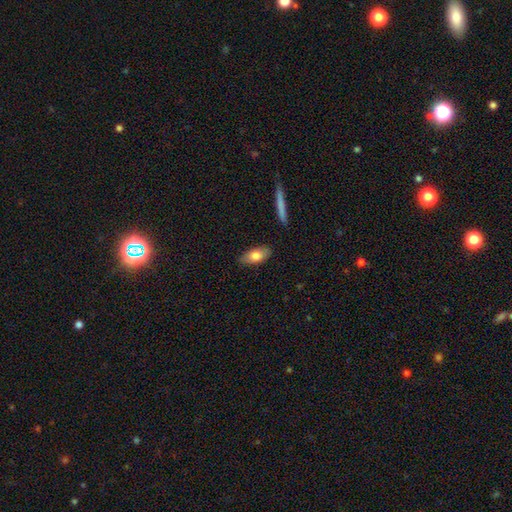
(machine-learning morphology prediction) Q: Smooth or featured?
A: smooth (77%); runner-up: featured or disk (17%)
Q: How rounded?
A: in between (84%); runner-up: cigar-shaped (13%)
Q: Merging?
A: none (85%); runner-up: minor disturbance (11%)